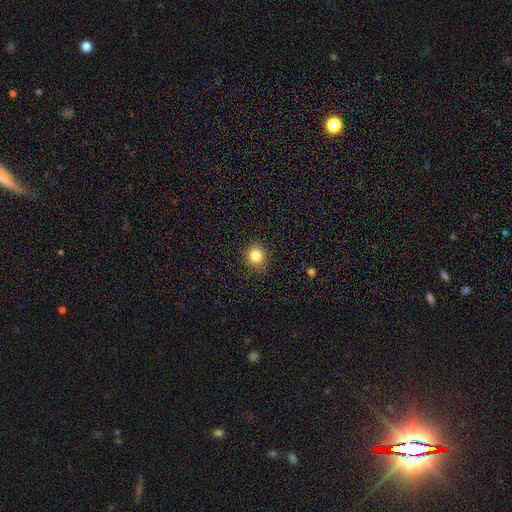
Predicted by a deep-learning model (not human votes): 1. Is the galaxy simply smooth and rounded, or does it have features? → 82% smooth, 12% star or artifact, 6% featured or disk.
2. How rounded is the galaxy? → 87% round, 12% in between, 1% cigar-shaped.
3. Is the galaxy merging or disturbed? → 88% none, 9% minor disturbance, 2% major disturbance, 1% merger.